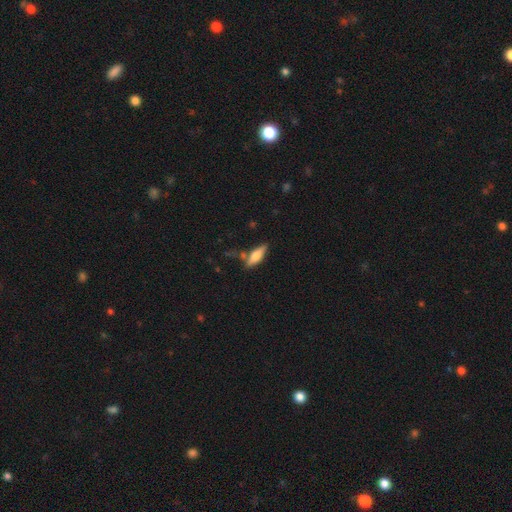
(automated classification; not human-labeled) This appears to be a smooth galaxy with no disk features (58%) that is cigar-shaped (51%). Merging: none (70%).